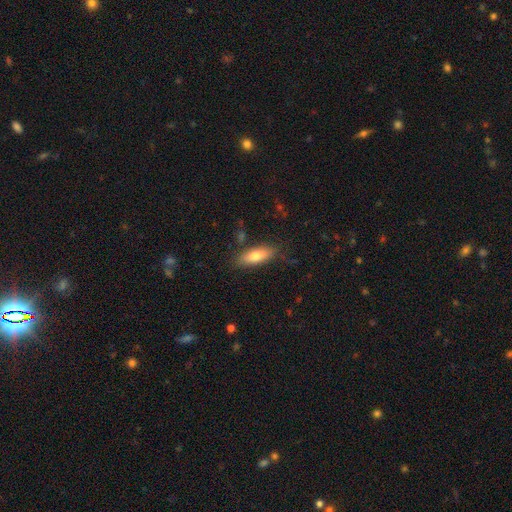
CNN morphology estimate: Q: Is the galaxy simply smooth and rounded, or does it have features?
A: smooth — 72%.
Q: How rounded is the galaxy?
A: in between — 66%.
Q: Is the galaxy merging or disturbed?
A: none — 80%.